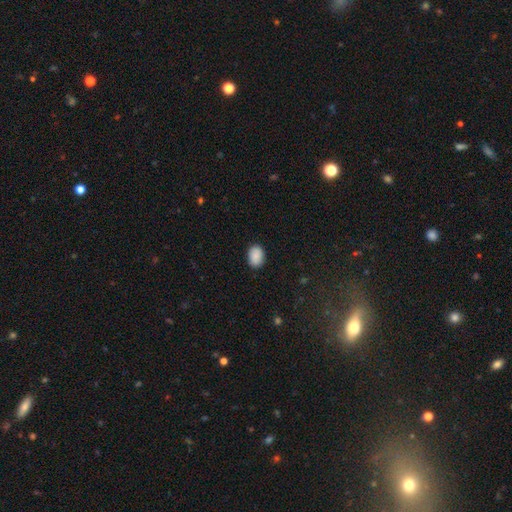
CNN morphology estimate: This appears to be a smooth galaxy with no disk features (89%) that is in between round and cigar-shaped (77%). Merging: none (87%).